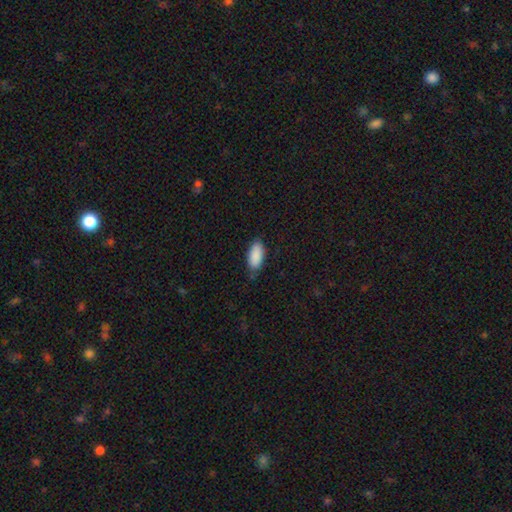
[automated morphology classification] Smooth or featured? Predicted: smooth (p=0.90). How rounded? Predicted: in between (p=0.90). Merging? Predicted: none (p=0.80).